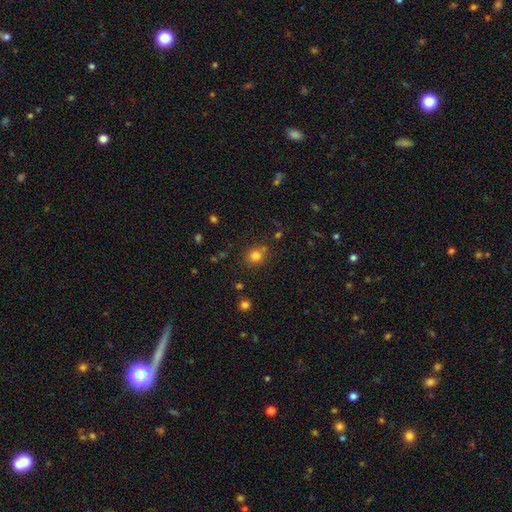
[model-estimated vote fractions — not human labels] This is likely a smooth galaxy (78%). How rounded: clearly round (82%). Merging: likely none (74%).